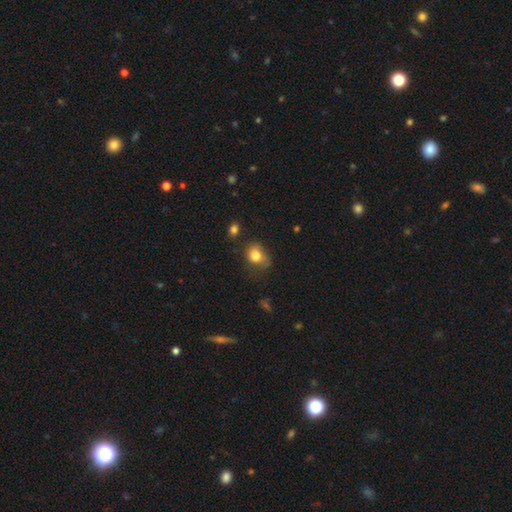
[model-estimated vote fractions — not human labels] smooth-or-featured: smooth: 80% | featured or disk: 10% | star or artifact: 10%
  how-rounded: in between: 50% | round: 49% | cigar-shaped: 1%
  merging: none: 45% | minor disturbance: 33% | major disturbance: 18% | merger: 4%